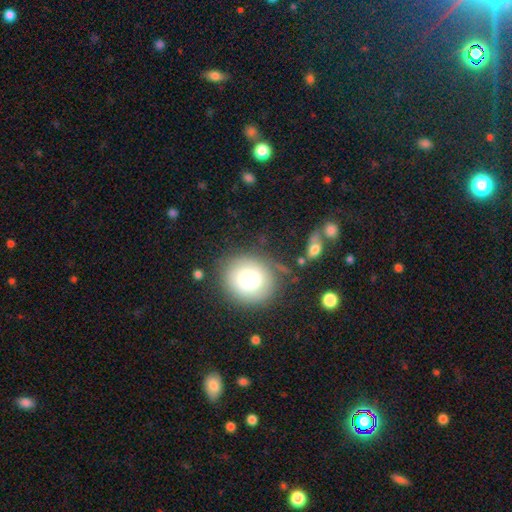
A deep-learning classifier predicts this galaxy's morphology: This is likely a smooth galaxy (65%). How rounded: clearly round (87%). Merging: clearly none (84%).